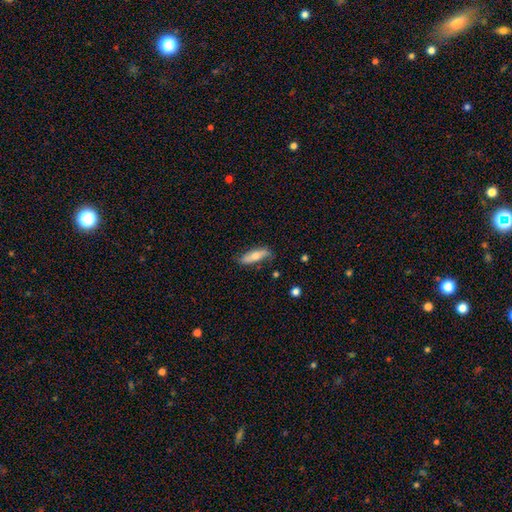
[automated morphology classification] A smooth galaxy with no disk features (62%) that is in between round and cigar-shaped (52%). Merging: none (71%).